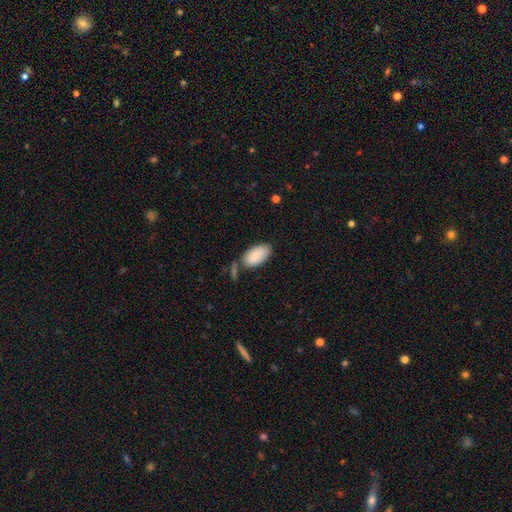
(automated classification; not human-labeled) Q: Smooth or featured?
A: smooth (89%); runner-up: star or artifact (6%)
Q: How rounded?
A: in between (95%); runner-up: round (2%)
Q: Merging?
A: none (65%); runner-up: minor disturbance (18%)